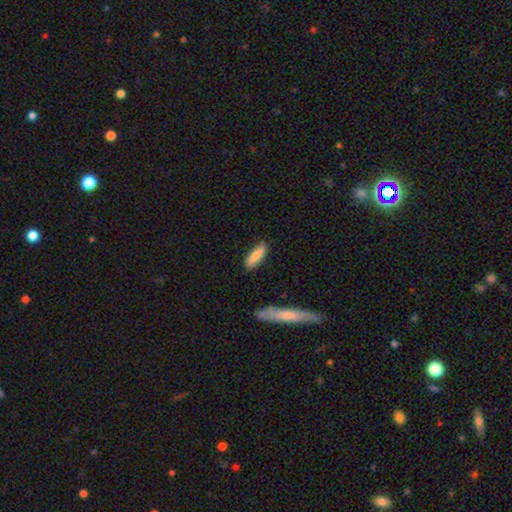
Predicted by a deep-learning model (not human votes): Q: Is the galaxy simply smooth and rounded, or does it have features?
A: smooth — 83%.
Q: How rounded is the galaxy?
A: cigar-shaped — 51%.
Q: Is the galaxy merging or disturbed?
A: none — 85%.